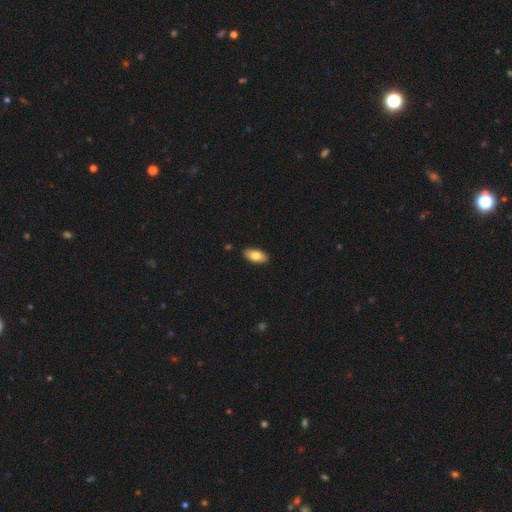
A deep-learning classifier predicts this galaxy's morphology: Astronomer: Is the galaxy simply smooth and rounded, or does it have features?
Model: smooth — 79%.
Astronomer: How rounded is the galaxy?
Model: in between — 91%.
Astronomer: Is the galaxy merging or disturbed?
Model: none — 89%.